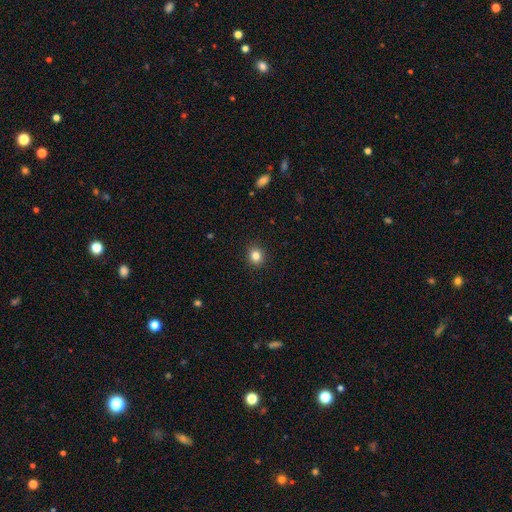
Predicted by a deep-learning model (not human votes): A smooth galaxy with no disk features (83%) that is round (79%).

Vote fractions:
- Smooth or featured? smooth: 83% / star or artifact: 12% / featured or disk: 5%
- How rounded? round: 79% / in between: 20% / cigar-shaped: 1%
- Merging? none: 91% / minor disturbance: 6% / major disturbance: 2% / merger: 1%